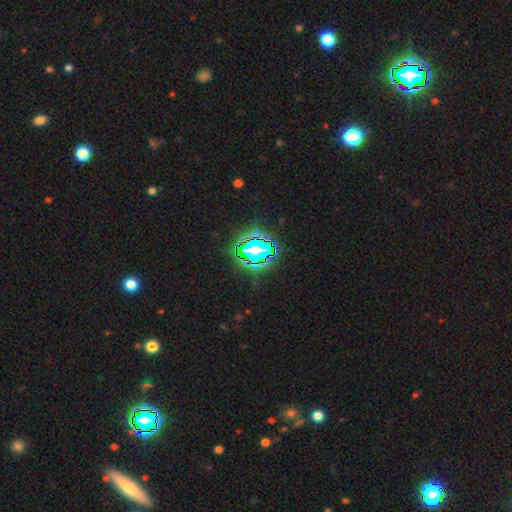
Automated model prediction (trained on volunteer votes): Smooth or featured? star or artifact (81%)